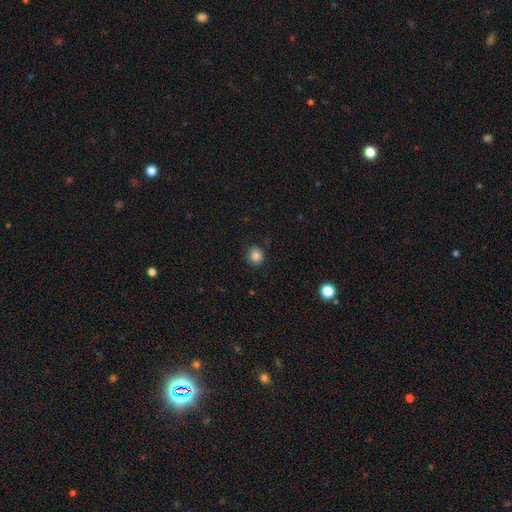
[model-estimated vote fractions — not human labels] Smooth or featured: smooth — 85% (star or artifact — 11%)
How rounded: round — 89% (in between — 10%)
Merging: none — 83% (minor disturbance — 13%)